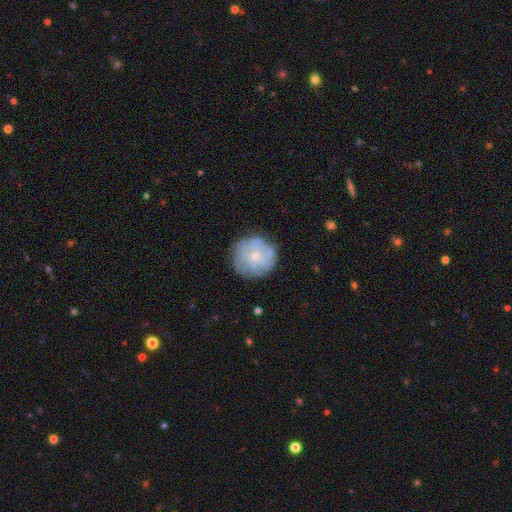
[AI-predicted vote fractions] Smooth or featured?
  - featured or disk: 59% *
  - smooth: 31%
  - star or artifact: 9%
Edge-on disk?
  - no: 97% *
  - yes: 3%
Bar?
  - no: 81% *
  - weak: 16%
  - strong: 2%
Spiral arms?
  - yes: 74% *
  - no: 26%
Bulge size?
  - small: 70% *
  - moderate: 24%
  - none: 3%
  - large: 1%
  - dominant: 1%
Merging?
  - none: 77% *
  - minor disturbance: 15%
  - major disturbance: 6%
  - merger: 2%